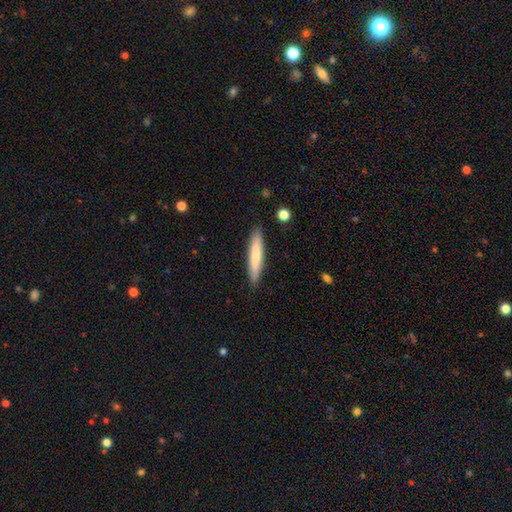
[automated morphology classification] Smooth or featured? Predicted: smooth (p=0.73). How rounded? Predicted: cigar-shaped (p=0.91). Merging? Predicted: none (p=0.89).